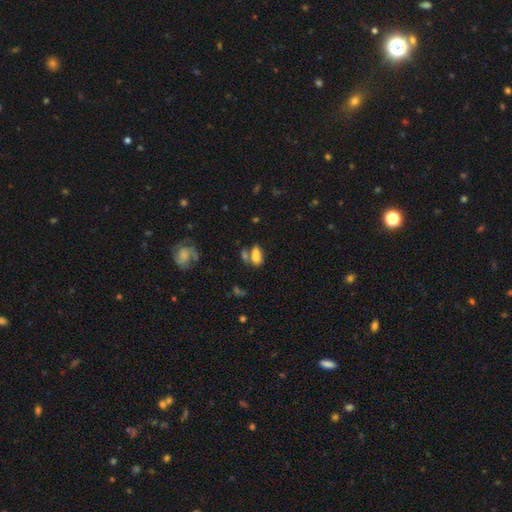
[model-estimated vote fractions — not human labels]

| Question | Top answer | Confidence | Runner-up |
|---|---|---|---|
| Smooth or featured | smooth | 75% | featured or disk (14%) |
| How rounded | in between | 82% | cigar-shaped (10%) |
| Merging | merger | 43% | none (37%) |